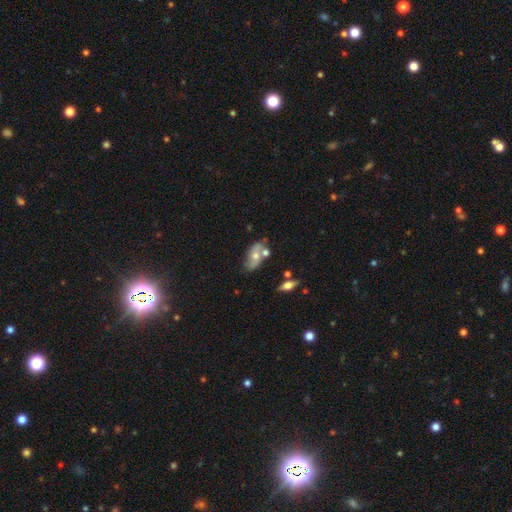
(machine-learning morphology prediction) A featured or disk galaxy (57%) with no bar (72%), spiral arms (70%) and a moderate central bulge (61%).

Vote fractions:
- Smooth or featured? featured or disk: 57% / smooth: 34% / star or artifact: 9%
- Edge-on disk? no: 89% / yes: 11%
- Bar? no: 72% / weak: 22% / strong: 6%
- Spiral arms? yes: 70% / no: 30%
- Bulge size? moderate: 61% / small: 30% / large: 4% / none: 3% / dominant: 1%
- Merging? none: 53% / merger: 21% / minor disturbance: 20% / major disturbance: 7%